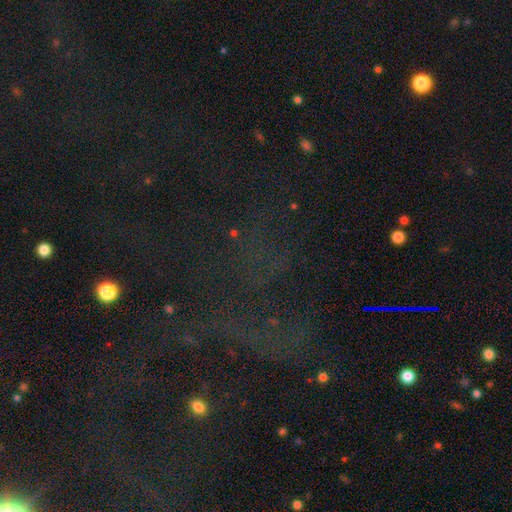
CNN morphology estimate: smooth_or_featured: star or artifact (p=0.76) [alt: smooth p=0.14]